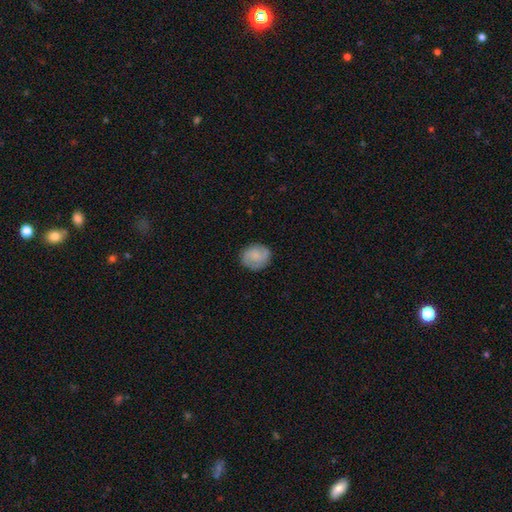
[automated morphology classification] This appears to be a smooth galaxy with no disk features (54%) that is round (72%). Merging: none (83%).